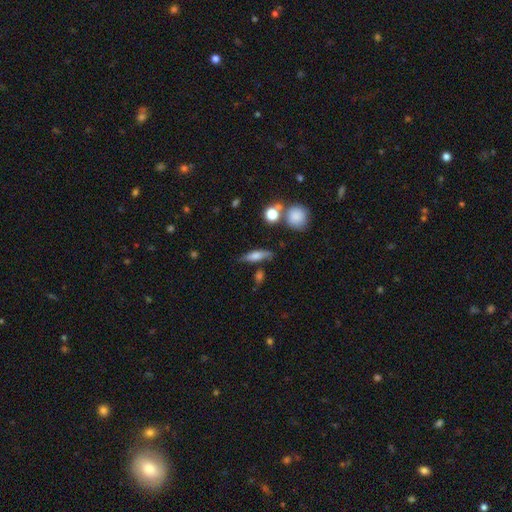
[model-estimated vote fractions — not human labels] Morphology: type=smooth (59%); roundness=cigar-shaped (58%); merging=none (72%).